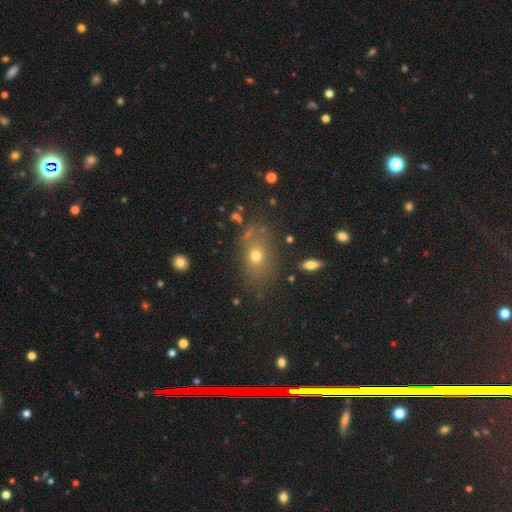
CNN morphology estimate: Smooth or featured?
  - smooth: 66% *
  - star or artifact: 17%
  - featured or disk: 17%
How rounded?
  - in between: 67% *
  - round: 30%
  - cigar-shaped: 3%
Merging?
  - none: 73% *
  - minor disturbance: 15%
  - major disturbance: 7%
  - merger: 4%